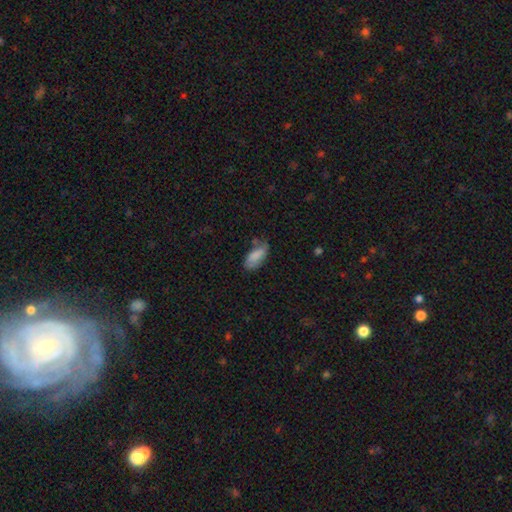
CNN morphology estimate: smooth 80%, featured or disk 13%, star or artifact 7%. Down the decision tree: how rounded — in between (88%); merging — none (58%).